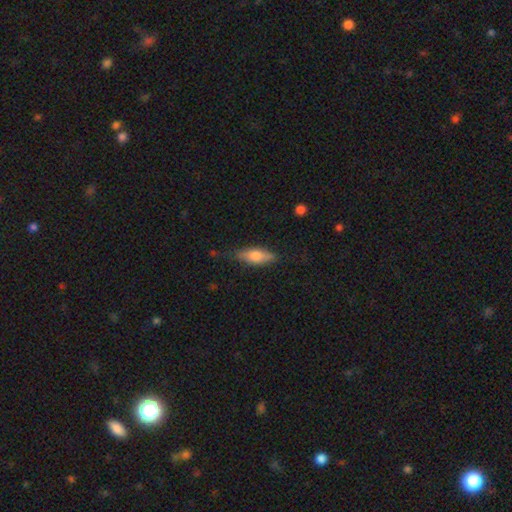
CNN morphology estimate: A smooth galaxy with no disk features (65%) that is in between round and cigar-shaped (63%). Merging: none (74%).